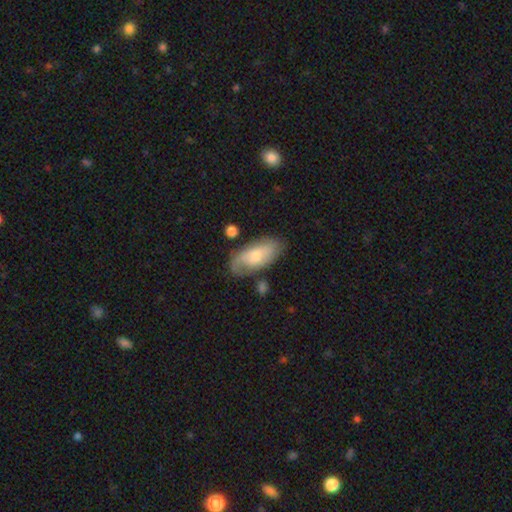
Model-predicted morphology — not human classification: Smooth or featured?
  - smooth: 52% *
  - featured or disk: 42%
  - star or artifact: 6%
How rounded?
  - in between: 90% *
  - cigar-shaped: 6%
  - round: 3%
Merging?
  - none: 64% *
  - minor disturbance: 23%
  - major disturbance: 8%
  - merger: 5%